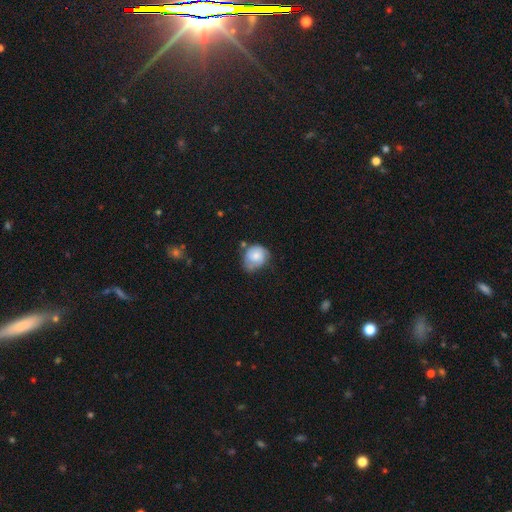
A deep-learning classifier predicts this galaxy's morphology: Smooth or featured?
  - smooth: 58% *
  - featured or disk: 34%
  - star or artifact: 8%
How rounded?
  - round: 66% *
  - in between: 33%
  - cigar-shaped: 1%
Merging?
  - none: 46% *
  - minor disturbance: 36%
  - major disturbance: 12%
  - merger: 5%